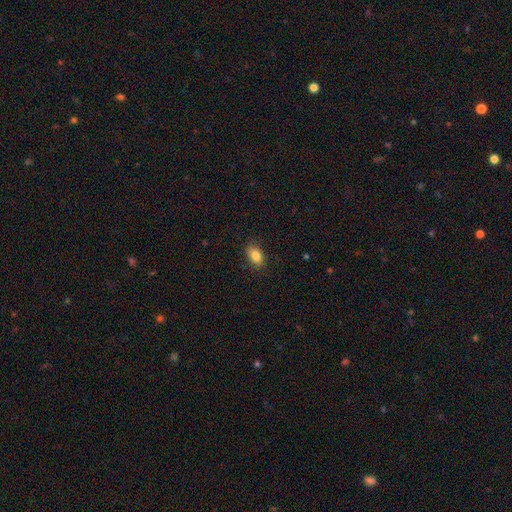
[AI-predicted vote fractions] This is clearly a smooth galaxy (85%). How rounded: clearly in between (87%). Merging: clearly none (85%).